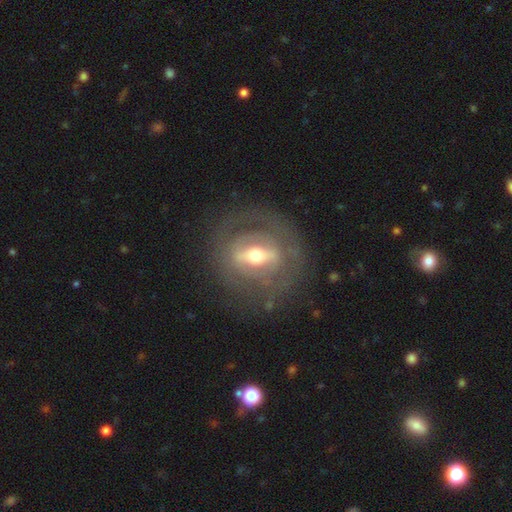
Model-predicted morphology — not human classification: type=featured or disk (77%); edge-on=no (82%); bar=strong (65%); spiral arms=no (65%); bulge=moderate (67%); merging=none (77%).